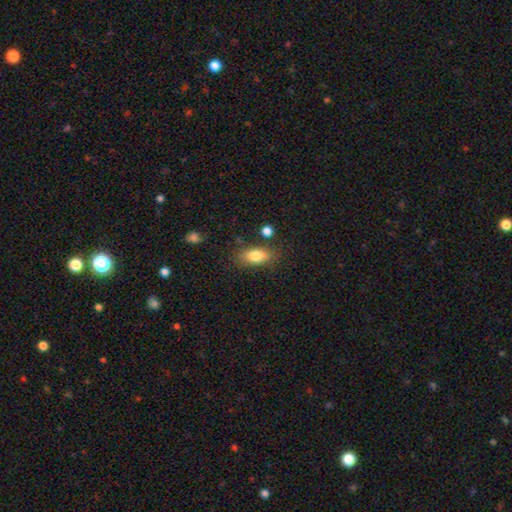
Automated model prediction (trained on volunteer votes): smooth 80%, featured or disk 12%, star or artifact 8%. Down the decision tree: how rounded — in between (83%); merging — none (76%).